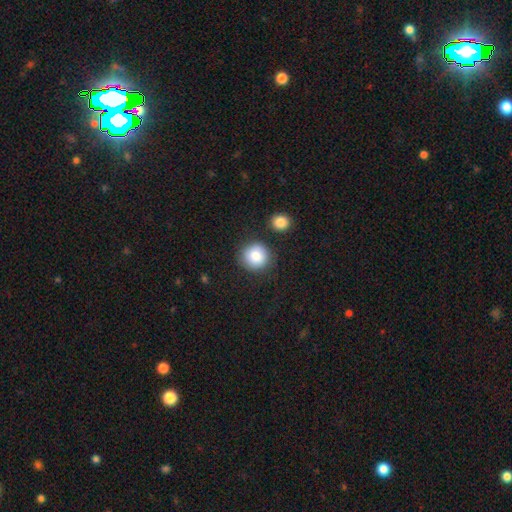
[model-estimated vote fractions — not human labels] Overall: smooth (85%). How rounded: round (92%). Merging: none (82%).